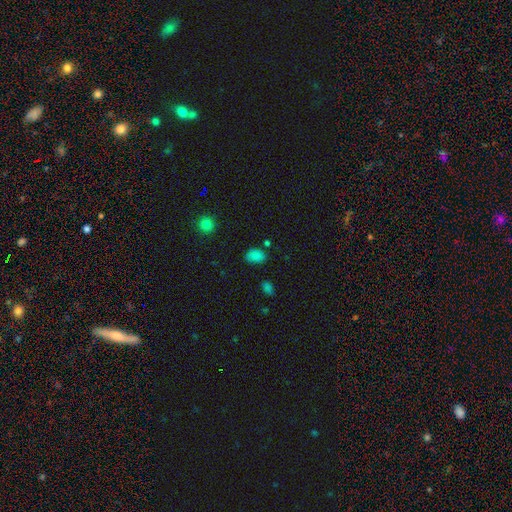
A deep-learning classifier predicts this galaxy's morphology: Smooth or featured?
  - smooth: 80% *
  - star or artifact: 16%
  - featured or disk: 4%
How rounded?
  - in between: 74% *
  - round: 25%
  - cigar-shaped: 1%
Merging?
  - none: 76% *
  - minor disturbance: 16%
  - merger: 4%
  - major disturbance: 4%